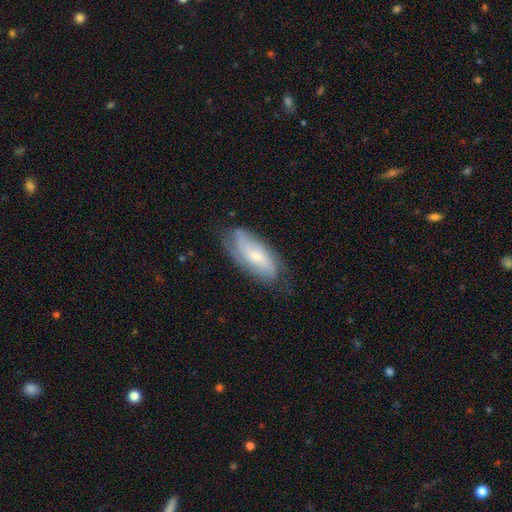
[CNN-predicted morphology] Smooth or featured? Predicted: featured or disk (p=0.62). Edge-on disk? Predicted: no (p=0.88). Bar? Predicted: no (p=0.61). Spiral arms? Predicted: yes (p=0.85). Bulge size? Predicted: small (p=0.60). Merging? Predicted: none (p=0.65).